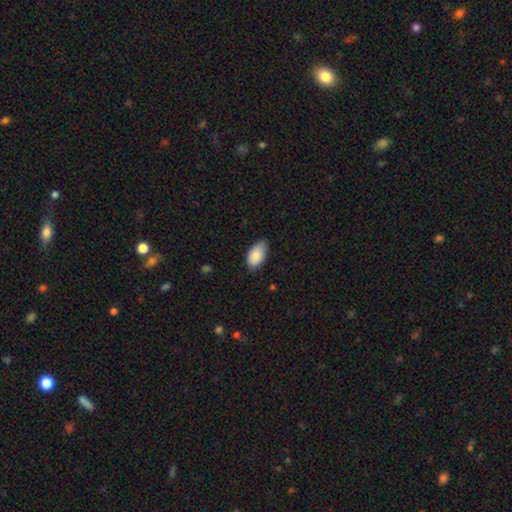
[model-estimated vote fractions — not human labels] Overall: smooth (87%). How rounded: in between (95%). Merging: none (69%).